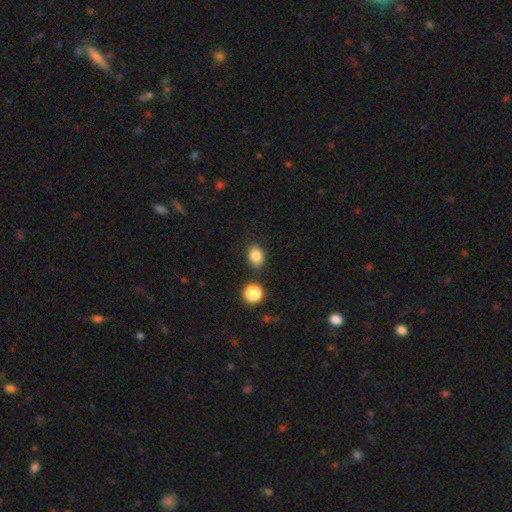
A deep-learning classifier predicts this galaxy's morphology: Q: Smooth or featured?
A: smooth (84%); runner-up: star or artifact (11%)
Q: How rounded?
A: in between (53%); runner-up: round (46%)
Q: Merging?
A: none (81%); runner-up: minor disturbance (12%)